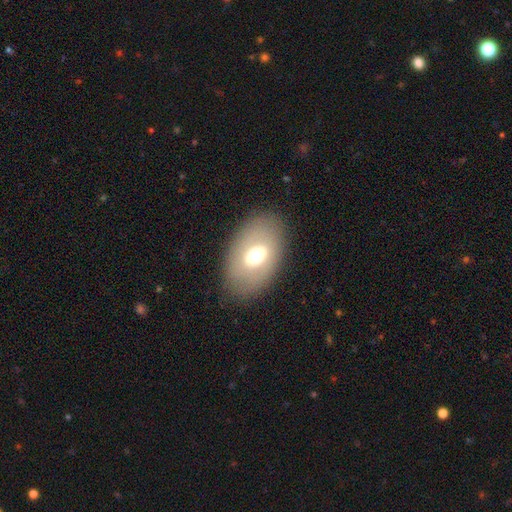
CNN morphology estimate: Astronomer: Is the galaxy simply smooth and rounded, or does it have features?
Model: smooth — 56% (runner-up: featured or disk, 35%).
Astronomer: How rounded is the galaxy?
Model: in between — 87%.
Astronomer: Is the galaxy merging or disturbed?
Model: none — 83%.